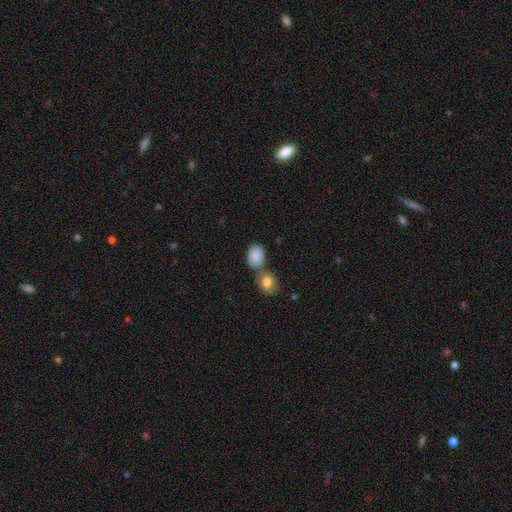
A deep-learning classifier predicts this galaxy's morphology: Smooth or featured: smooth — 86% (star or artifact — 7%)
How rounded: in between — 73% (round — 26%)
Merging: none — 42% (merger — 39%)